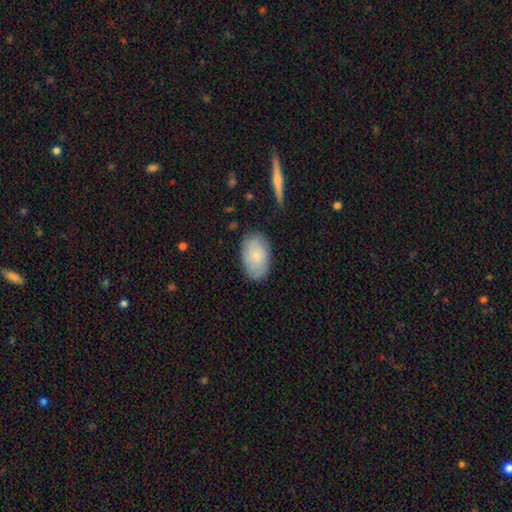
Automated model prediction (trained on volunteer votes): This is likely a smooth galaxy (78%). How rounded: clearly in between (91%). Merging: clearly none (82%).